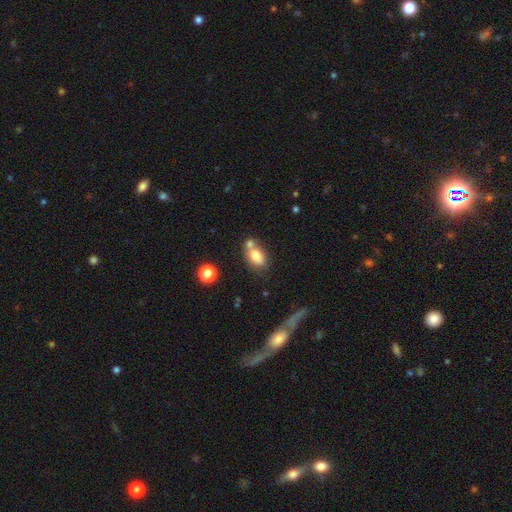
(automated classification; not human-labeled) This is likely a smooth galaxy (76%). How rounded: clearly in between (81%). Merging: possibly none (45%).